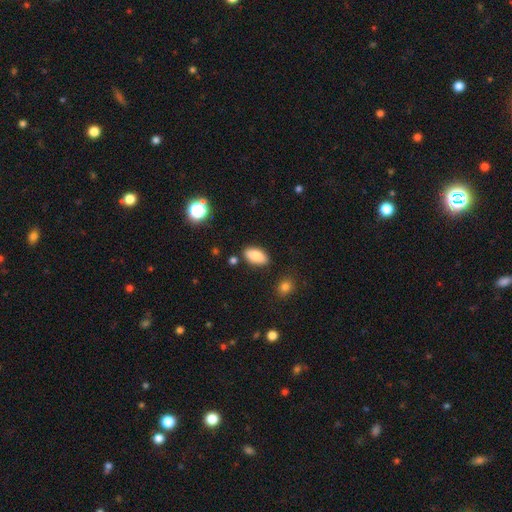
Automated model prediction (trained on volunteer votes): Smooth or featured? smooth (84%)
How rounded? in between (92%)
Merging? none (84%)